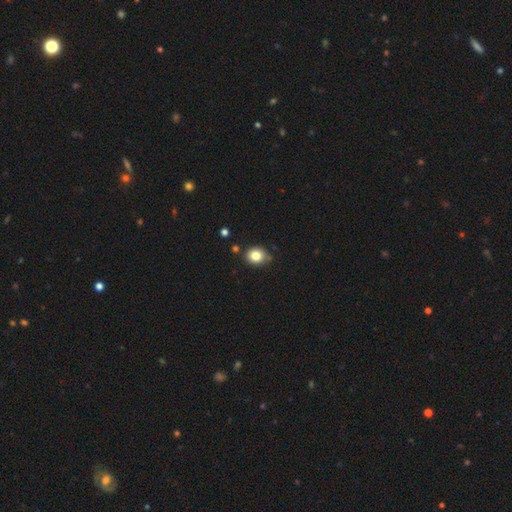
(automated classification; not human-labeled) Smooth or featured?
  - smooth: 82% *
  - star or artifact: 10%
  - featured or disk: 8%
How rounded?
  - round: 63% *
  - in between: 36%
  - cigar-shaped: 1%
Merging?
  - none: 77% *
  - minor disturbance: 16%
  - merger: 4%
  - major disturbance: 3%